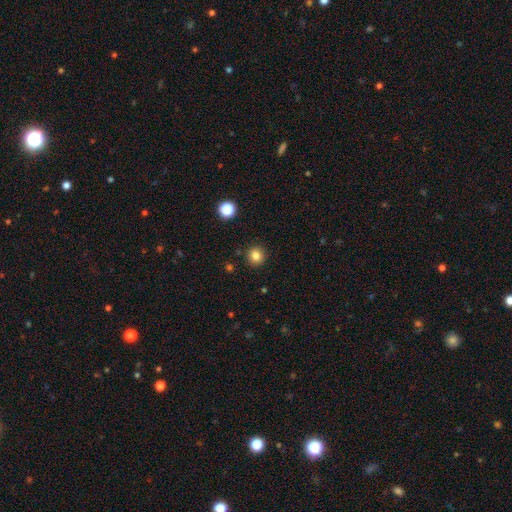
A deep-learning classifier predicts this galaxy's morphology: smooth 83%, star or artifact 12%, featured or disk 5%. Down the decision tree: how rounded — round (91%); merging — none (90%).